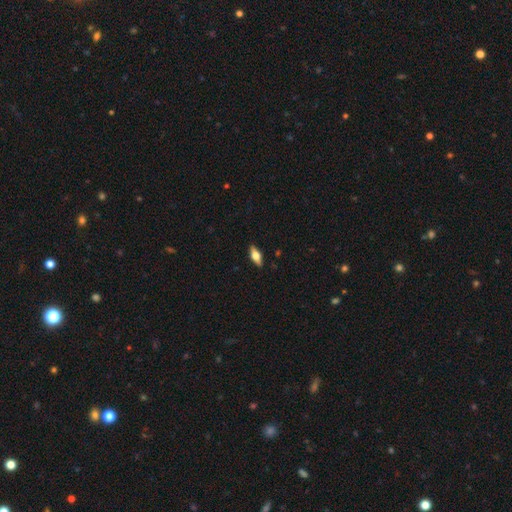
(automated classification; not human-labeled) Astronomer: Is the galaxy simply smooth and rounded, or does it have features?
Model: smooth — 49% (runner-up: featured or disk, 44%).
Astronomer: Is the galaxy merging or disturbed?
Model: none — 89%.